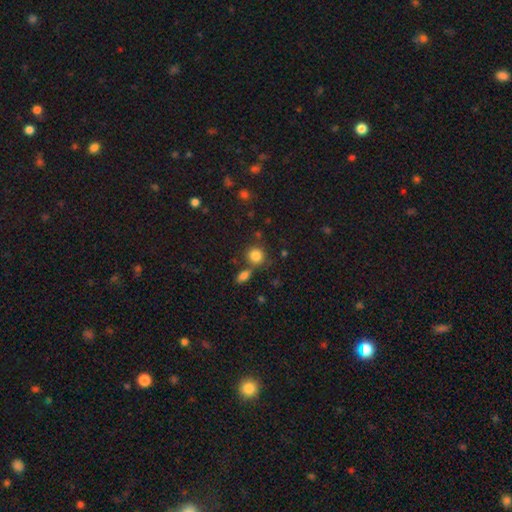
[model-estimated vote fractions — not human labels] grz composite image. It shows a smooth galaxy with no disk features (83%) that is round (83%). Merging: none (66%).